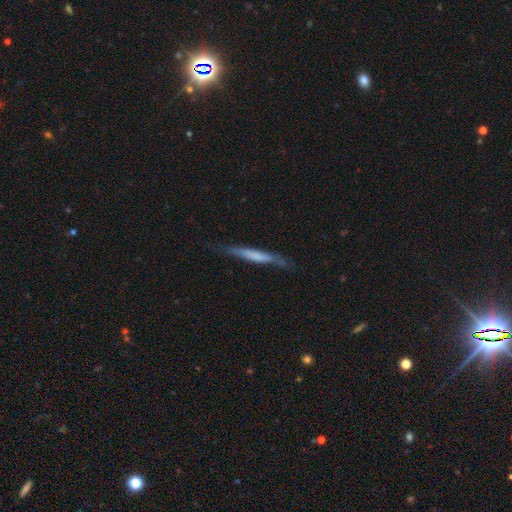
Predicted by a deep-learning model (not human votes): A smooth galaxy with no disk features (50%).

Vote fractions:
- Smooth or featured? smooth: 50% / featured or disk: 45% / star or artifact: 6%
- Merging? none: 73% / minor disturbance: 20% / major disturbance: 5% / merger: 2%